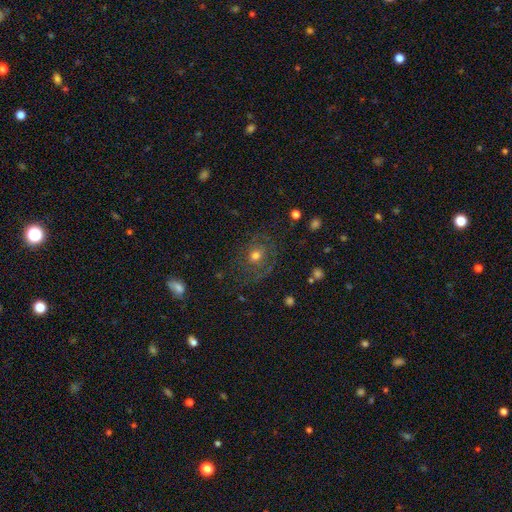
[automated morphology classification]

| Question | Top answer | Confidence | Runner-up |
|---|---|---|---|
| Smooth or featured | smooth | 44% | featured or disk (41%) |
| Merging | none | 67% | minor disturbance (18%) |